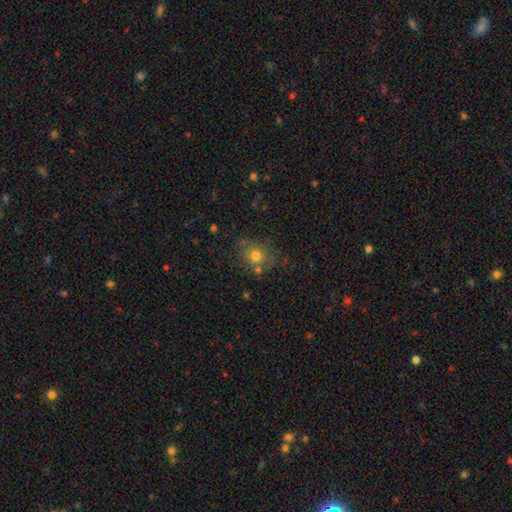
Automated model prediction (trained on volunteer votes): Smooth or featured: smooth — 74% (star or artifact — 14%)
How rounded: round — 79% (in between — 20%)
Merging: none — 71% (minor disturbance — 16%)